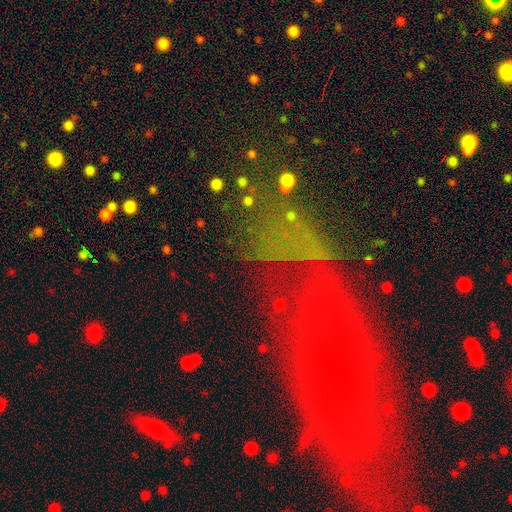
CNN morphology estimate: Smooth or featured?
  - featured or disk: 57% *
  - smooth: 23%
  - star or artifact: 20%
Edge-on disk?
  - no: 80% *
  - yes: 20%
Merging?
  - none: 53% *
  - minor disturbance: 19%
  - major disturbance: 18%
  - merger: 10%